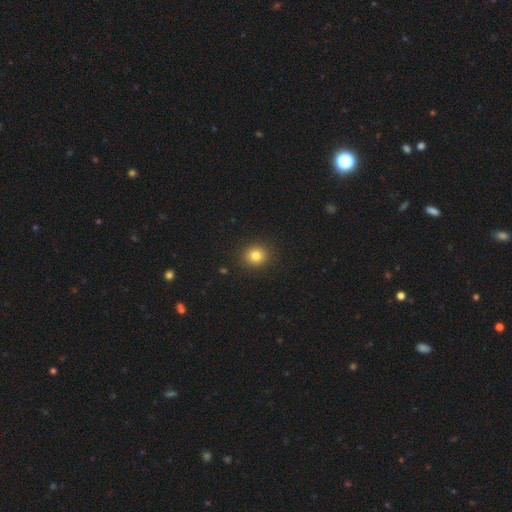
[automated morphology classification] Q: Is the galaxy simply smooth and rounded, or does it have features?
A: smooth — 81%.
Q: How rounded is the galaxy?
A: round — 84%.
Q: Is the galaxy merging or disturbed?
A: none — 91%.